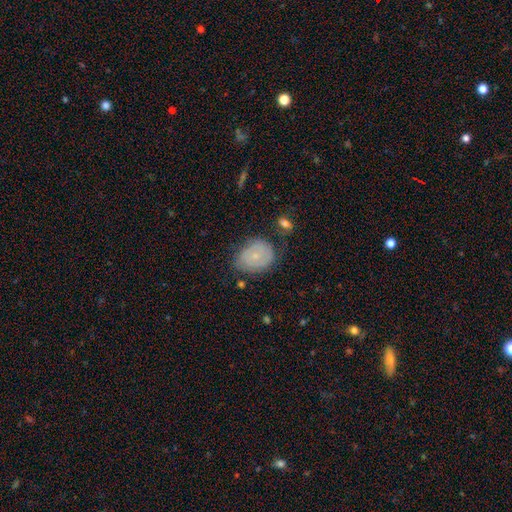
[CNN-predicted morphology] A smooth galaxy with no disk features (49%). Merging: none (62%).